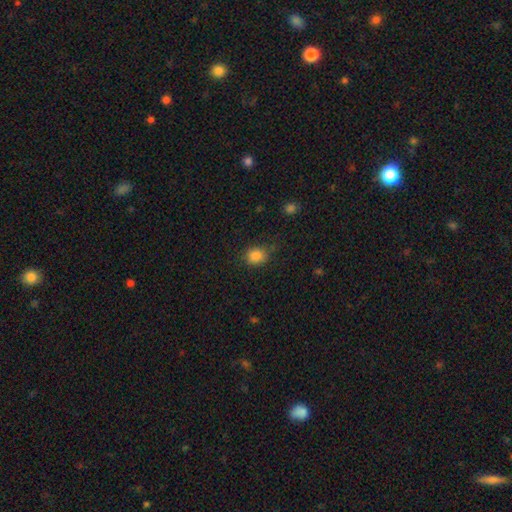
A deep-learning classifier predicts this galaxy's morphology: smooth-or-featured: smooth: 85% | star or artifact: 11% | featured or disk: 4%
  how-rounded: round: 64% | in between: 35% | cigar-shaped: 1%
  merging: none: 77% | minor disturbance: 17% | major disturbance: 5% | merger: 2%